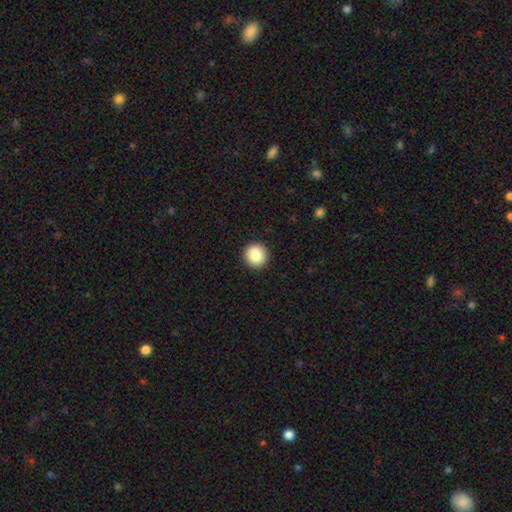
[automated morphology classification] Smooth or featured? smooth (85%)
How rounded? round (94%)
Merging? none (92%)